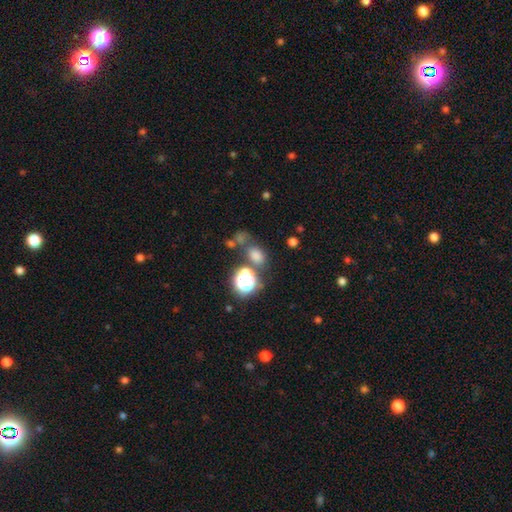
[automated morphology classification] A smooth galaxy with no disk features (64%) that is in between round and cigar-shaped (52%). Merging: none (57%).